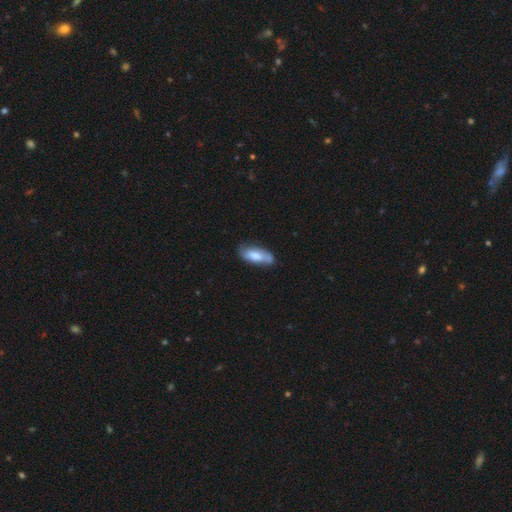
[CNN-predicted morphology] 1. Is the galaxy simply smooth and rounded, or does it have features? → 62% smooth, 32% featured or disk, 6% star or artifact.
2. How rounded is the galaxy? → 76% in between, 22% cigar-shaped, 2% round.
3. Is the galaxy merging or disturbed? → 64% none, 26% minor disturbance, 6% major disturbance, 4% merger.